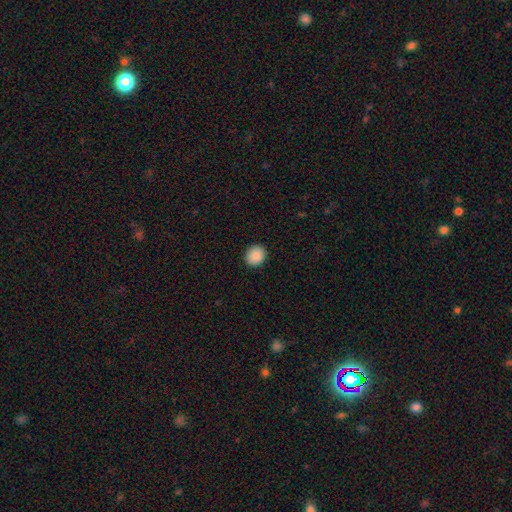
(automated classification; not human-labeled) Morphology: type=smooth (89%); roundness=round (71%); merging=none (91%).